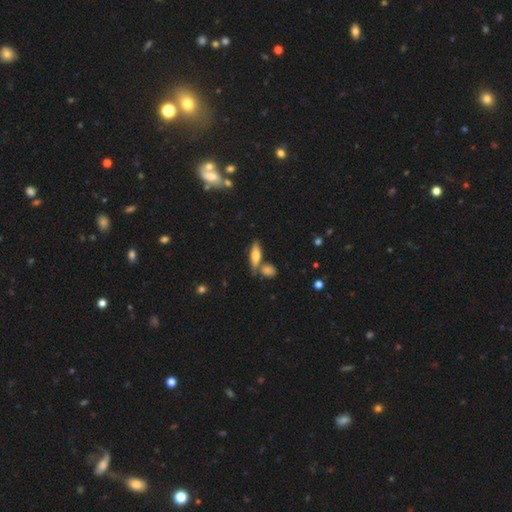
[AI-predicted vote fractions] Overall: smooth (62%; featured or disk 30%). How rounded: cigar-shaped (50%; in between 47%). Merging: none (65%).